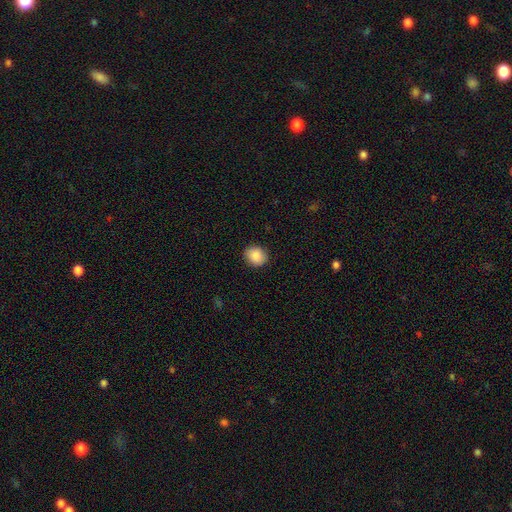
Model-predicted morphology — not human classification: Smooth or featured: smooth — 88% (star or artifact — 8%)
How rounded: round — 75% (in between — 24%)
Merging: none — 89% (minor disturbance — 8%)